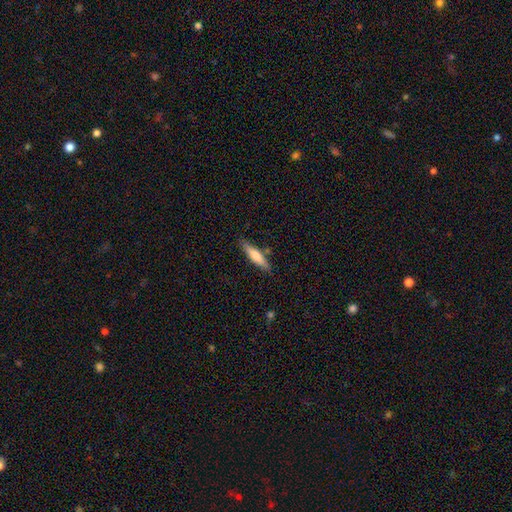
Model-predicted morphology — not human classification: Smooth or featured? smooth (65%)
How rounded? cigar-shaped (82%)
Merging? none (81%)